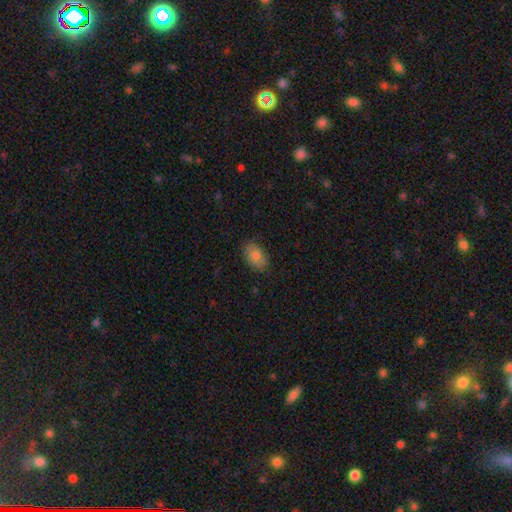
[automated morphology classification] type=smooth (81%); roundness=in between (90%); merging=none (85%).